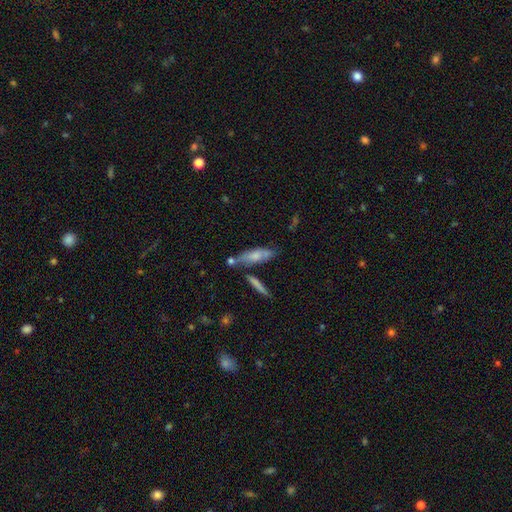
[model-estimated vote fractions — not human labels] The model was most divided on "how rounded": cigar-shaped: 53%, in between: 44%, round: 2%. More confident: smooth or featured — smooth (63%); merging — none (56%).